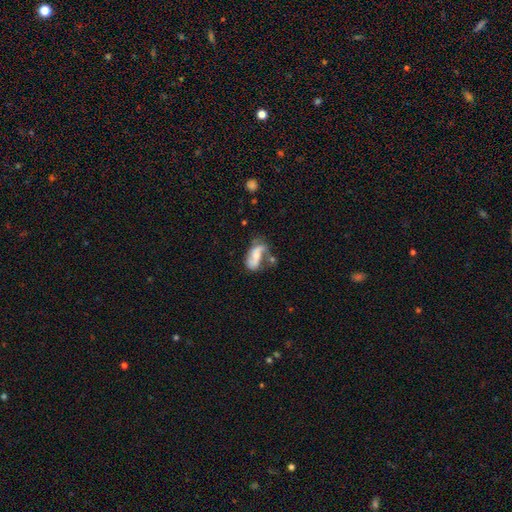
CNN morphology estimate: This is possibly a featured or disk galaxy (55%). It is clearly not viewed edge-on (94%). Bar: possibly no (55%). Spiral arm pattern: likely yes (74%). Central bulge: marginally moderate (40%). Merging: marginally none (32%).